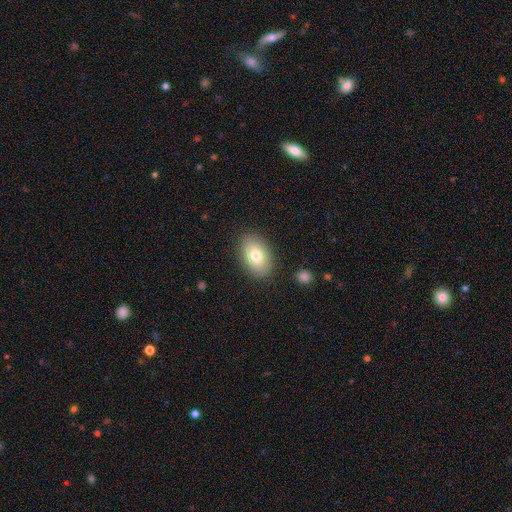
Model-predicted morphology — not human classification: smooth 76%, featured or disk 16%, star or artifact 8%. Down the decision tree: how rounded — in between (87%); merging — none (86%).